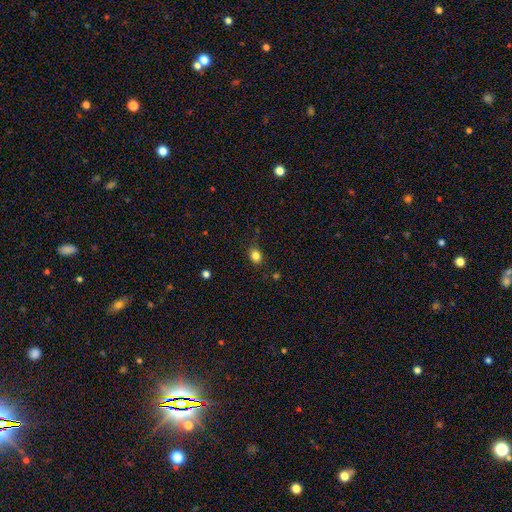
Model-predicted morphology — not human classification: Smooth or featured?
  - smooth: 83% *
  - star or artifact: 12%
  - featured or disk: 6%
How rounded?
  - in between: 53% *
  - round: 46%
  - cigar-shaped: 1%
Merging?
  - none: 80% *
  - minor disturbance: 15%
  - major disturbance: 3%
  - merger: 1%